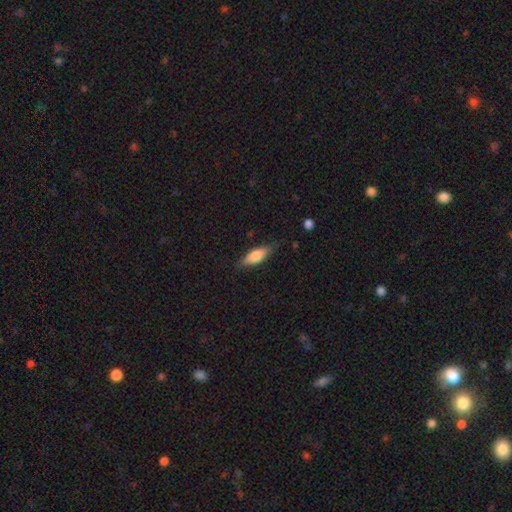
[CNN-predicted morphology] This is likely a smooth galaxy (64%). How rounded: possibly in between (57%). Merging: likely none (79%).